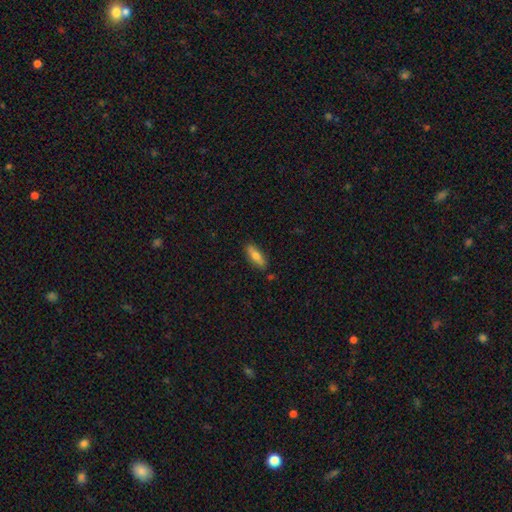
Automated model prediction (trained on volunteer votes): smooth-or-featured: smooth: 71% | featured or disk: 22% | star or artifact: 7%
  how-rounded: in between: 55% | cigar-shaped: 42% | round: 2%
  merging: none: 85% | minor disturbance: 11% | major disturbance: 2% | merger: 2%